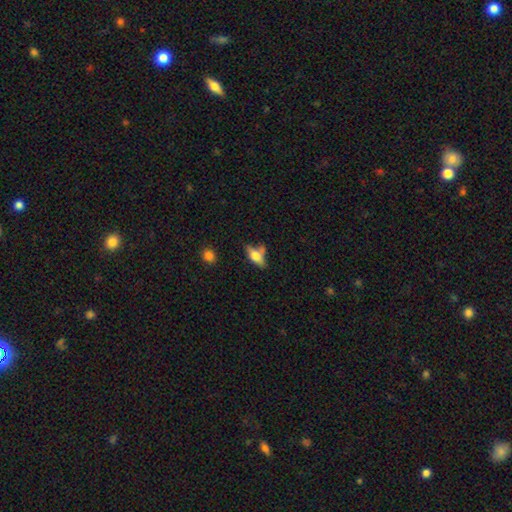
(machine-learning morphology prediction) Smooth or featured? smooth (59%)
How rounded? in between (72%)
Merging? none (47%)